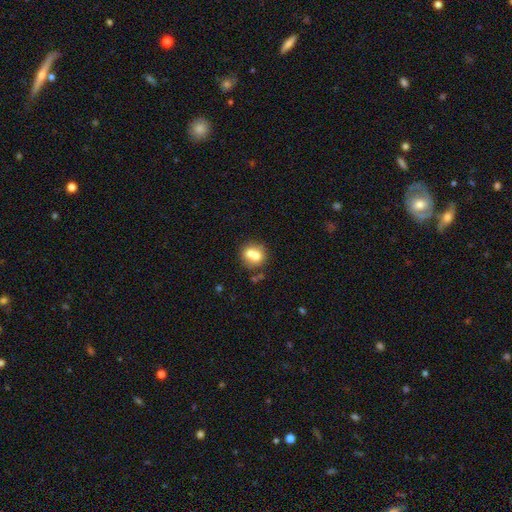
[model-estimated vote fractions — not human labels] This is likely a smooth galaxy (66%). How rounded: clearly round (80%). Merging: possibly merger (51%).